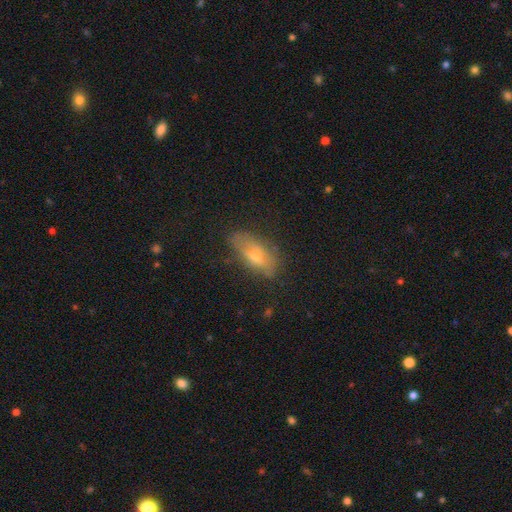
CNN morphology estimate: A smooth galaxy with no disk features (52%) that is in between round and cigar-shaped (78%).

Vote fractions:
- Smooth or featured? smooth: 52% / featured or disk: 38% / star or artifact: 10%
- How rounded? in between: 78% / cigar-shaped: 17% / round: 5%
- Merging? none: 69% / minor disturbance: 22% / major disturbance: 7% / merger: 2%